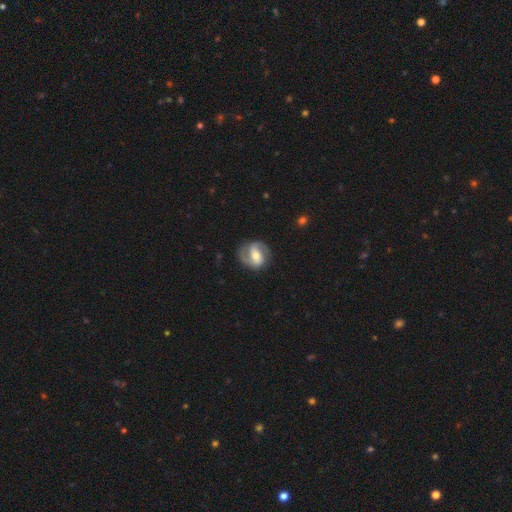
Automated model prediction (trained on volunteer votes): Morphology: type=featured or disk (78%); edge-on=no (97%); bar=strong (39%, tied with weak); spiral arms=yes (91%); winding=medium (50%); arm count=2 (87%); bulge=moderate (61%); merging=none (78%).